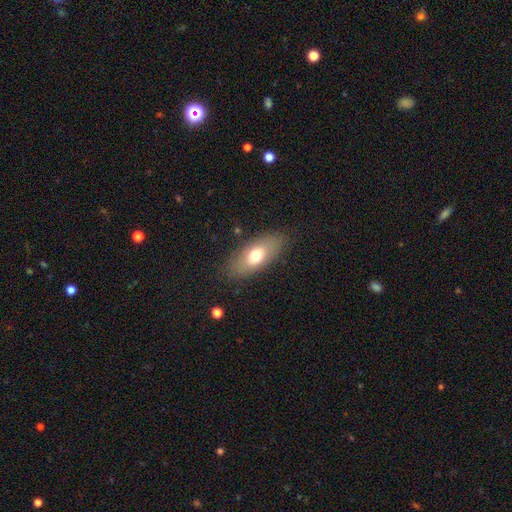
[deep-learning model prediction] Morphology: type=smooth (67%); roundness=in between (80%); merging=none (84%).